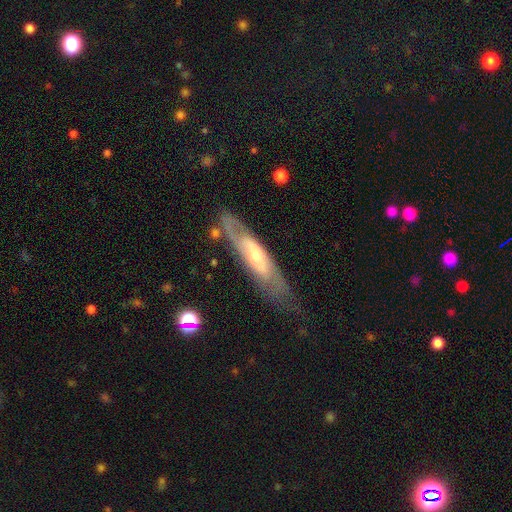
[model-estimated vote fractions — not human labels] Smooth or featured? Predicted: featured or disk (p=0.66). Edge-on disk? Predicted: no (p=0.65). Merging? Predicted: none (p=0.63).